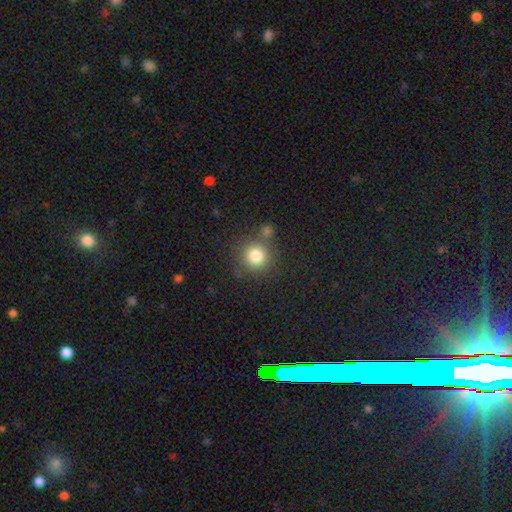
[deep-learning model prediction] A smooth galaxy with no disk features (81%) that is round (92%).

Vote fractions:
- Smooth or featured? smooth: 81% / star or artifact: 12% / featured or disk: 7%
- How rounded? round: 92% / in between: 7% / cigar-shaped: 1%
- Merging? none: 73% / merger: 13% / minor disturbance: 10% / major disturbance: 4%